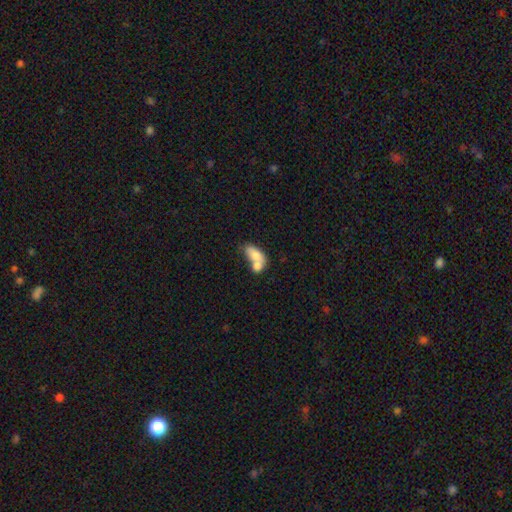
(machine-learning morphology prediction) smooth-or-featured: smooth: 71% | featured or disk: 22% | star or artifact: 7%
  how-rounded: in between: 87% | round: 9% | cigar-shaped: 4%
  merging: merger: 68% | none: 17% | minor disturbance: 9% | major disturbance: 6%